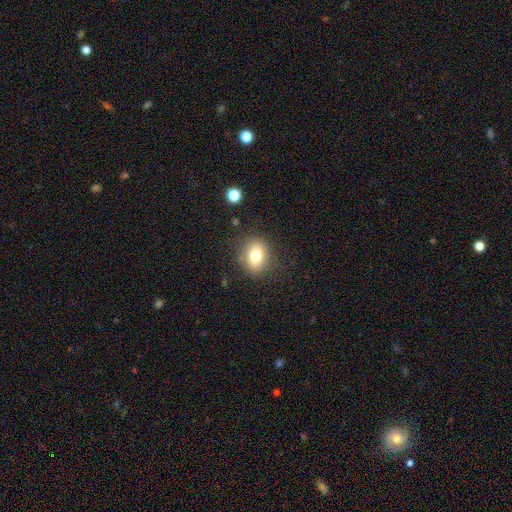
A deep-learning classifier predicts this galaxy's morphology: A smooth galaxy with no disk features (75%) that is in between round and cigar-shaped (53%). Merging: none (83%).